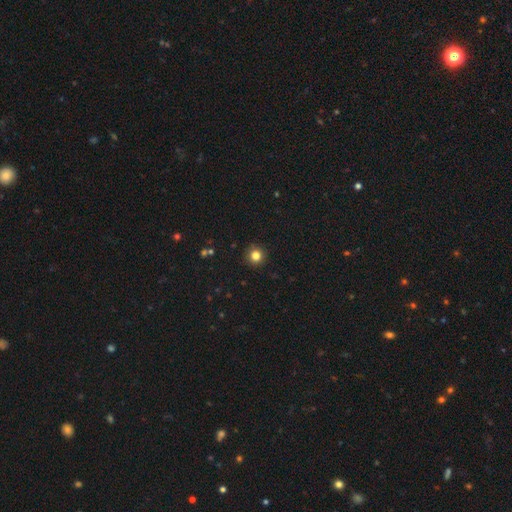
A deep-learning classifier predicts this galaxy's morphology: Smooth or featured? smooth (83%)
How rounded? round (94%)
Merging? none (92%)